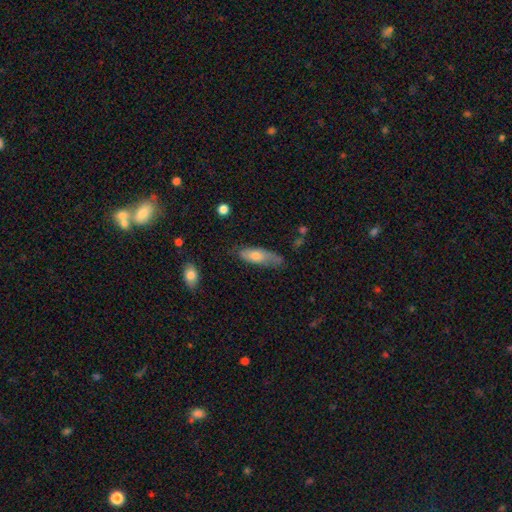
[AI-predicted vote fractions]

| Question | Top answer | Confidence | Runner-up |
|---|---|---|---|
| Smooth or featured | smooth | 69% | featured or disk (24%) |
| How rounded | in between | 56% | cigar-shaped (42%) |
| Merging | none | 53% | minor disturbance (33%) |